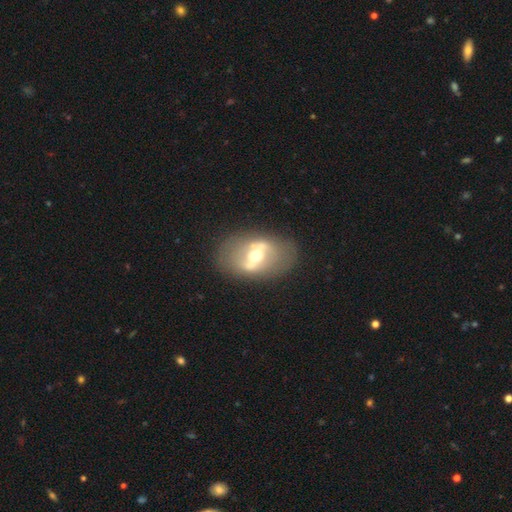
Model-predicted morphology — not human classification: type=featured or disk (74%); edge-on=no (86%); bar=strong (69%); spiral arms=no (75%); bulge=moderate (67%); merging=none (77%).